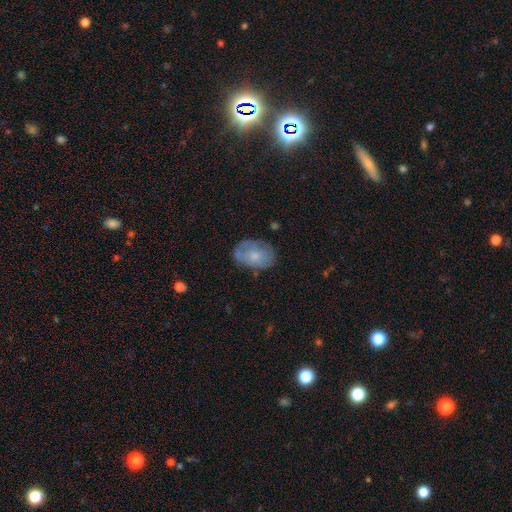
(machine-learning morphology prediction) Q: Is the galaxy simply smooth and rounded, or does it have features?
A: smooth — 58%.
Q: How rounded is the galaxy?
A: in between — 82%.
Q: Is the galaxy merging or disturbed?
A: none — 60%.